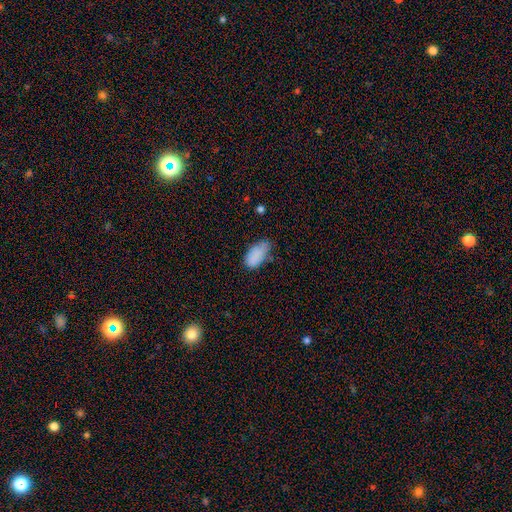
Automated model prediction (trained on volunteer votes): smooth-or-featured: smooth: 85% | star or artifact: 8% | featured or disk: 7%
  how-rounded: in between: 94% | cigar-shaped: 3% | round: 3%
  merging: none: 49% | minor disturbance: 39% | major disturbance: 10% | merger: 3%